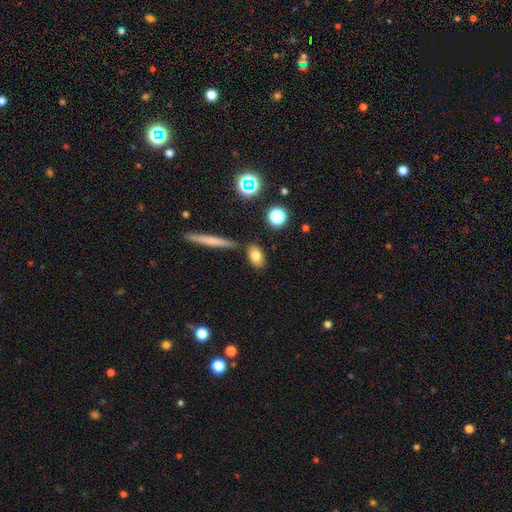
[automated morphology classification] Smooth or featured?
  - smooth: 77% *
  - featured or disk: 12%
  - star or artifact: 10%
How rounded?
  - in between: 80% *
  - round: 13%
  - cigar-shaped: 6%
Merging?
  - none: 80% *
  - minor disturbance: 11%
  - merger: 7%
  - major disturbance: 3%